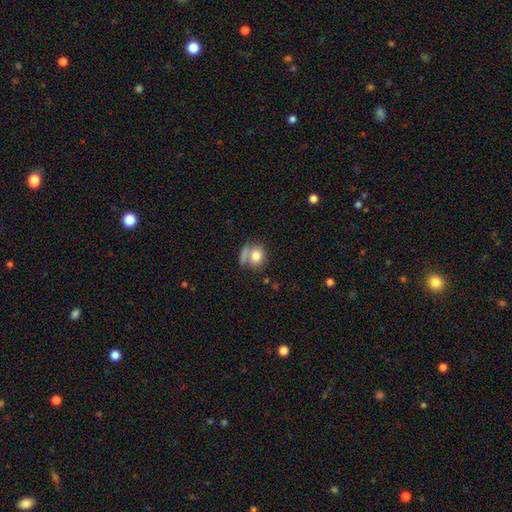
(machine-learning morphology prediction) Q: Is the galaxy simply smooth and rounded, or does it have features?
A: smooth — 79%.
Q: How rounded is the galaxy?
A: round — 61%.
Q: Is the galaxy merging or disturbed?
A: none — 49%.